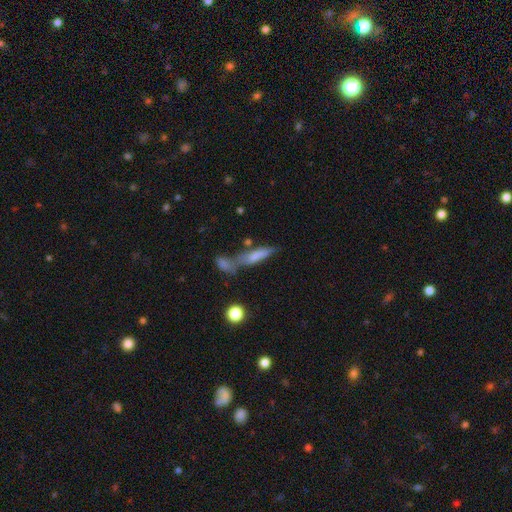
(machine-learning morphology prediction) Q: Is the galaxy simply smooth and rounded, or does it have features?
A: smooth — 59%.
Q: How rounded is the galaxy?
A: cigar-shaped — 78%.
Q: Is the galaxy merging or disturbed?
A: none — 46%.